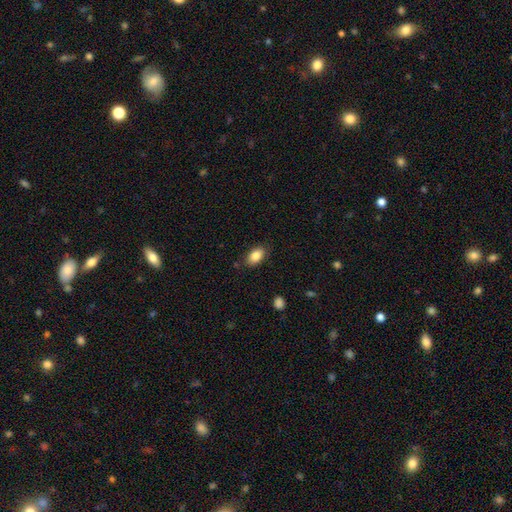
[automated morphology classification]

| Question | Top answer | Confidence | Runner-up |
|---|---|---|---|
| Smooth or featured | smooth | 85% | star or artifact (8%) |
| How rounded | in between | 90% | round (8%) |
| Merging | none | 84% | minor disturbance (11%) |